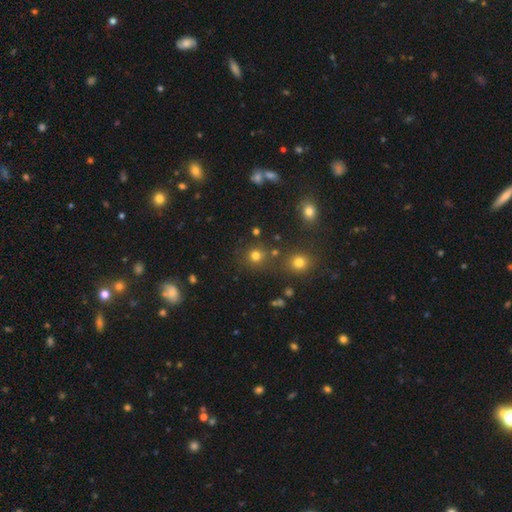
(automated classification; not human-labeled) smooth_or_featured: smooth (p=0.74) [alt: star or artifact p=0.20]
how_rounded: round (p=0.91) [alt: in between p=0.08]
merging: none (p=0.78) [alt: merger p=0.11]